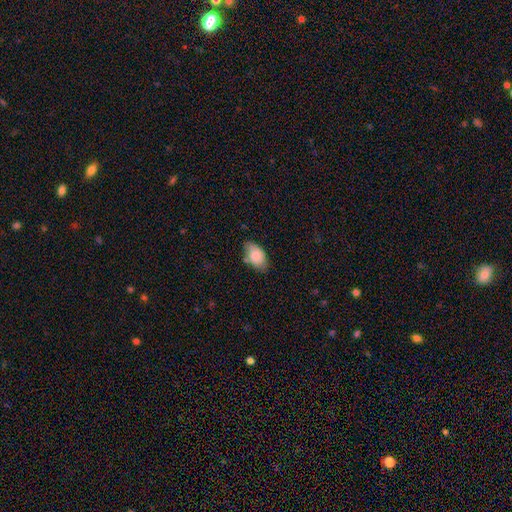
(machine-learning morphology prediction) smooth 83%, featured or disk 11%, star or artifact 7%. Down the decision tree: how rounded — in between (93%); merging — none (71%).